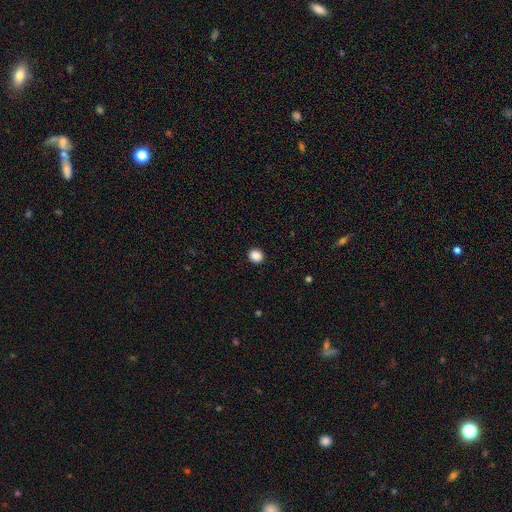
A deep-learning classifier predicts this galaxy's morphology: Smooth or featured: smooth — 88% (star or artifact — 9%)
How rounded: round — 79% (in between — 20%)
Merging: none — 92% (minor disturbance — 5%)